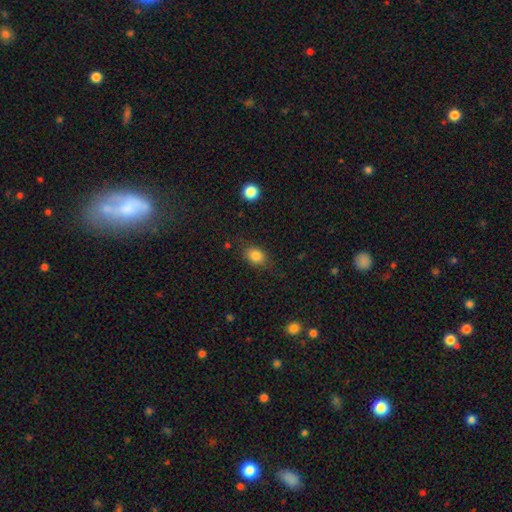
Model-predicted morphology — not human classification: The model was most divided on "how rounded": in between: 67%, round: 32%, cigar-shaped: 2%. More confident: smooth or featured — smooth (82%); merging — none (78%).